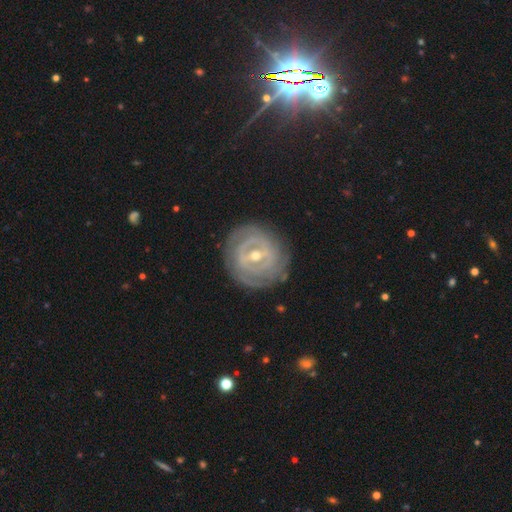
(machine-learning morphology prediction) smooth_or_featured: featured or disk (p=0.86) [alt: smooth p=0.09]
disk_edge_on: no (p=0.95) [alt: yes p=0.05]
bar: strong (p=0.43) [alt: weak p=0.41]
has_spiral_arms: yes (p=0.81) [alt: no p=0.19]
spiral_winding: tight (p=0.79) [alt: medium p=0.16]
spiral_arm_count: can't tell (p=0.44) [alt: 2 p=0.24]
bulge_size: moderate (p=0.54) [alt: small p=0.43]
merging: none (p=0.81) [alt: minor disturbance p=0.13]